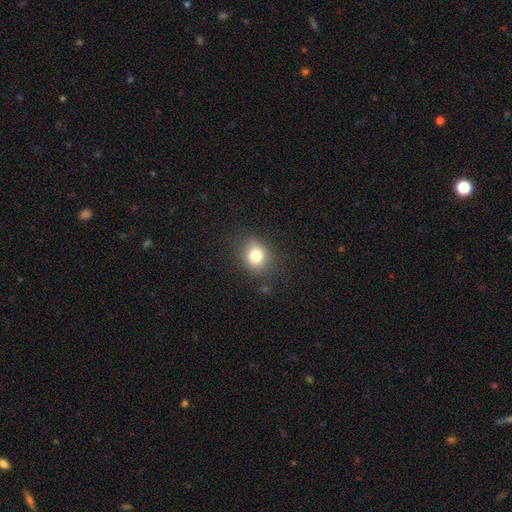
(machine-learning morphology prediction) Q: Smooth or featured?
A: smooth (79%); runner-up: star or artifact (12%)
Q: How rounded?
A: round (68%); runner-up: in between (31%)
Q: Merging?
A: none (83%); runner-up: minor disturbance (12%)